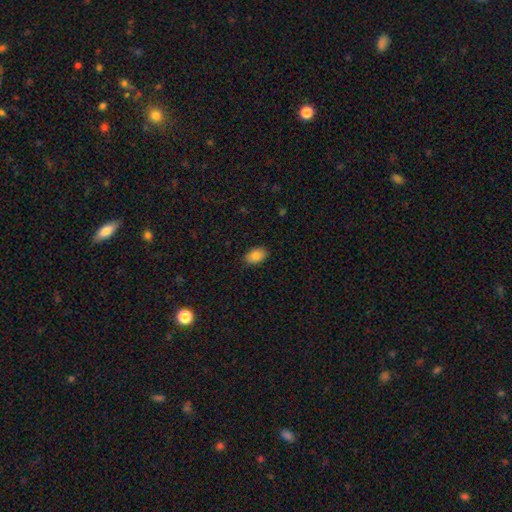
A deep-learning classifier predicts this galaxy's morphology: The model was most divided on "smooth or featured": smooth: 84%, star or artifact: 8%, featured or disk: 8%. More confident: how rounded — in between (89%); merging — none (88%).